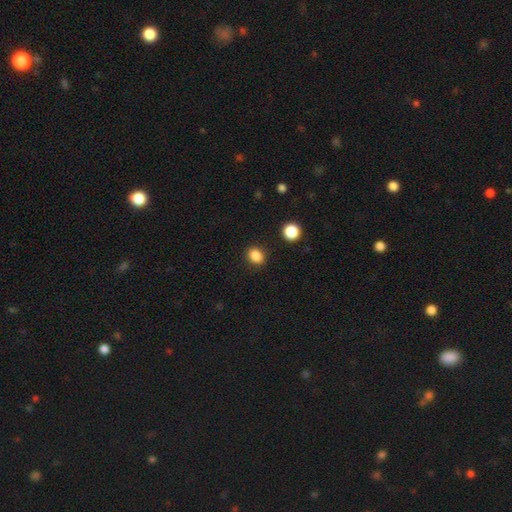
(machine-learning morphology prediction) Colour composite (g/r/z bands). It shows a smooth galaxy with no disk features (86%) that is in between round and cigar-shaped (58%). Merging: none (88%).